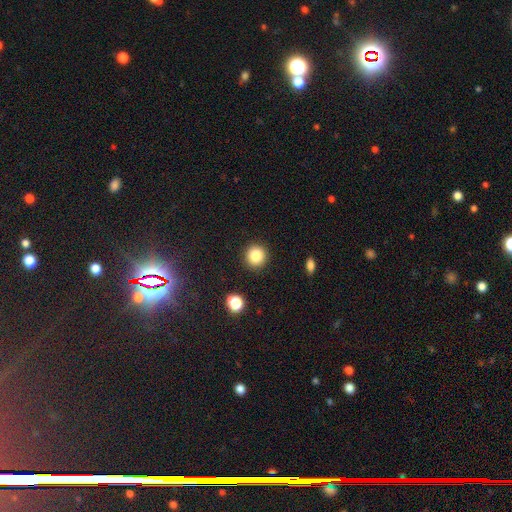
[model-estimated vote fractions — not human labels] A smooth galaxy with no disk features (84%) that is round (92%). Merging: none (91%).